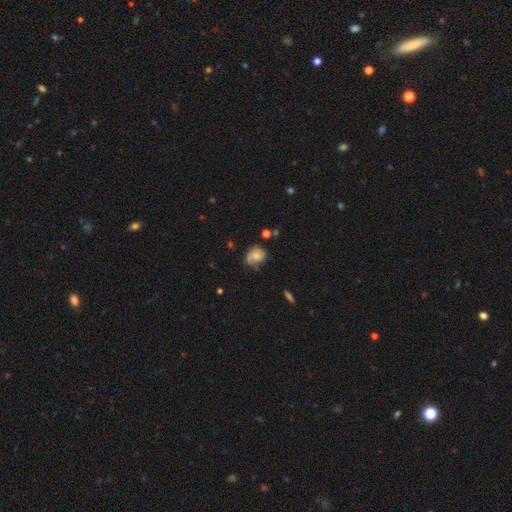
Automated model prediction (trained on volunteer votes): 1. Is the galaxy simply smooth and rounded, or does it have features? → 55% smooth, 35% featured or disk, 10% star or artifact.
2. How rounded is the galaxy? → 57% round, 42% in between, 1% cigar-shaped.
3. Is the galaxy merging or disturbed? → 48% none, 30% minor disturbance, 15% major disturbance, 7% merger.